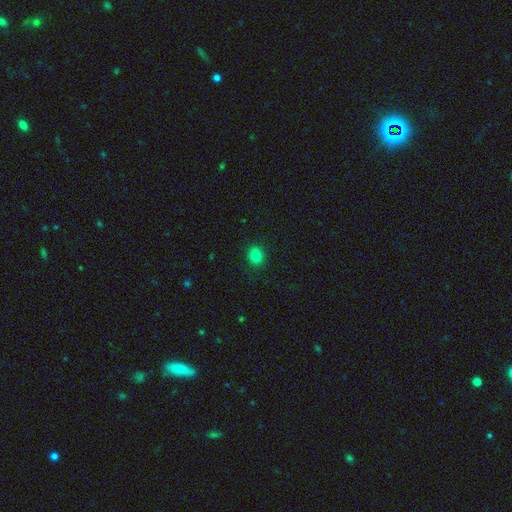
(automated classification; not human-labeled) This appears to be a smooth galaxy with no disk features (82%) that is round (72%). Merging: none (90%).